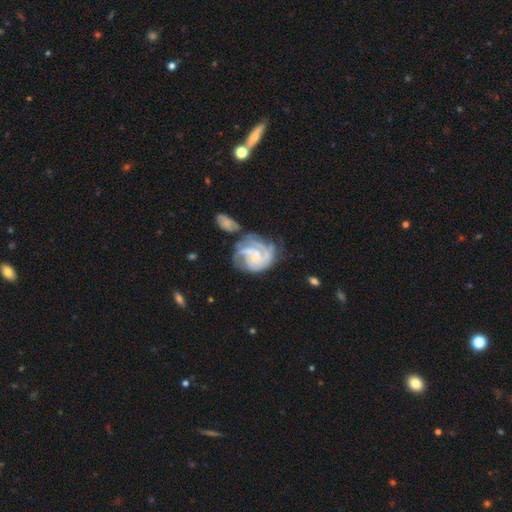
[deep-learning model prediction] smooth_or_featured: featured or disk (p=0.81) [alt: smooth p=0.13]
disk_edge_on: no (p=0.98) [alt: yes p=0.02]
bar: no (p=0.61) [alt: weak p=0.33]
has_spiral_arms: yes (p=0.92) [alt: no p=0.08]
spiral_winding: tight (p=0.53) [alt: medium p=0.36]
spiral_arm_count: can't tell (p=0.29) [alt: 3 p=0.27]
bulge_size: small (p=0.52) [alt: moderate p=0.30]
merging: none (p=0.43) [alt: minor disturbance p=0.22]